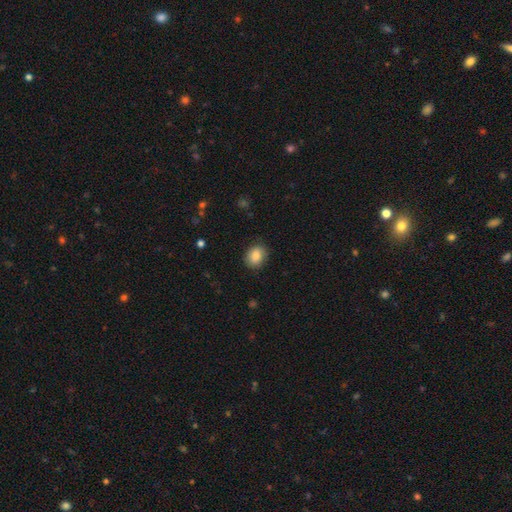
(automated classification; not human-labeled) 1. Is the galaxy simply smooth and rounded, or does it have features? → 86% smooth, 8% star or artifact, 6% featured or disk.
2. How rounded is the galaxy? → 52% in between, 47% round, 1% cigar-shaped.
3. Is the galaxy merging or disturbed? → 84% none, 12% minor disturbance, 3% major disturbance, 1% merger.